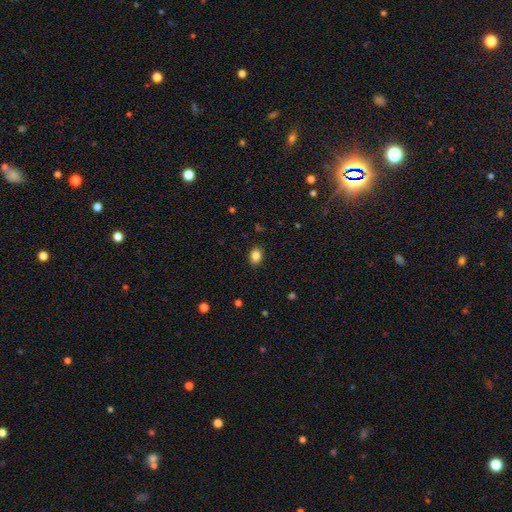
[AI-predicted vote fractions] A smooth galaxy with no disk features (86%) that is in between round and cigar-shaped (69%). Merging: none (88%).